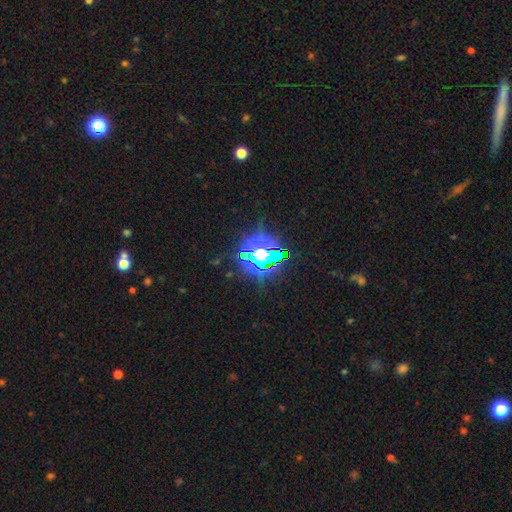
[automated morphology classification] star or artifact 72%, smooth 17%, featured or disk 12%.